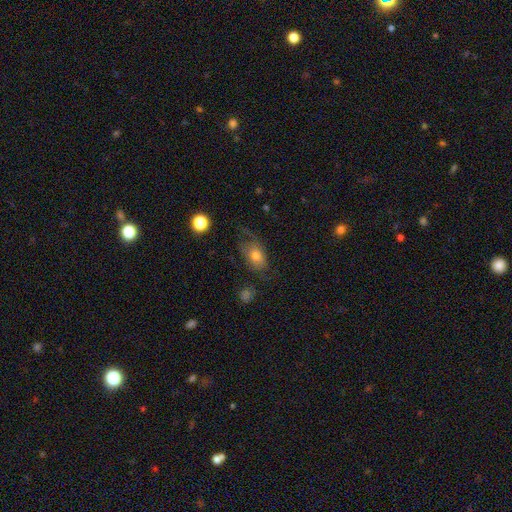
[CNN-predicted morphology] type=smooth (66%); roundness=in between (81%); merging=none (48%).